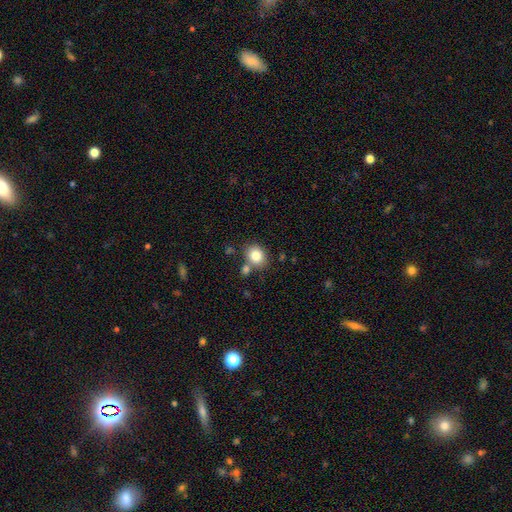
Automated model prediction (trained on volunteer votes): Overall: smooth (82%). How rounded: round (57%; in between 42%). Merging: none (69%).